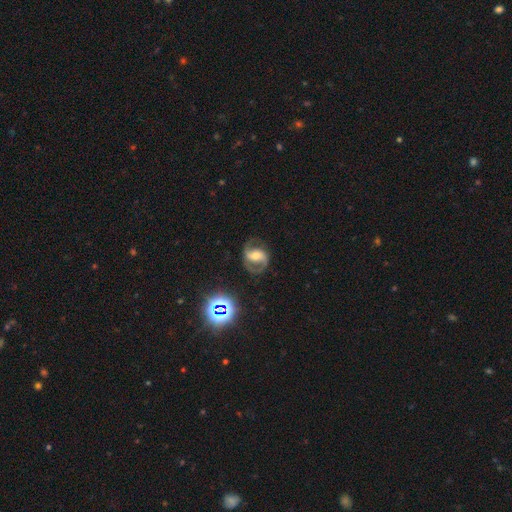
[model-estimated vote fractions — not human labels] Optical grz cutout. It shows a featured or disk galaxy (82%) with a weak bar (38%), 2 (91%) medium (56%) spiral arms (95%) and a moderate central bulge (60%). Merging: none (77%).